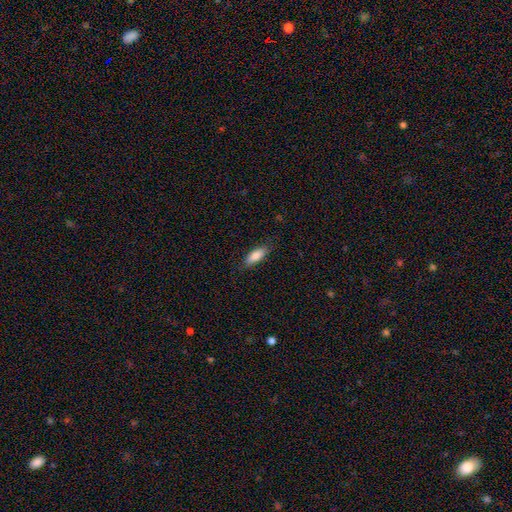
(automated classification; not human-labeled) A smooth galaxy with no disk features (83%) that is in between round and cigar-shaped (70%). Merging: none (82%).